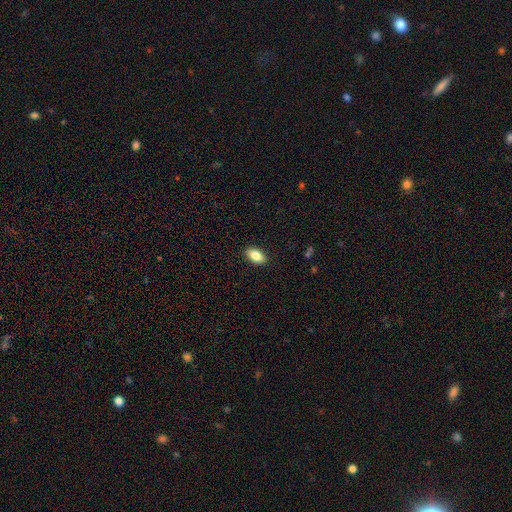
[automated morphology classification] Smooth or featured? Predicted: smooth (p=0.86). How rounded? Predicted: in between (p=0.92). Merging? Predicted: none (p=0.90).